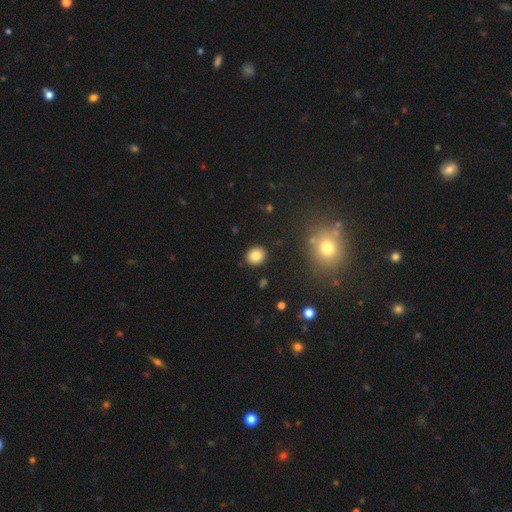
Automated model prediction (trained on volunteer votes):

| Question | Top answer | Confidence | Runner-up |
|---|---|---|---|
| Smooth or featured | smooth | 84% | star or artifact (10%) |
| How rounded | round | 81% | in between (18%) |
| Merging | none | 90% | minor disturbance (6%) |